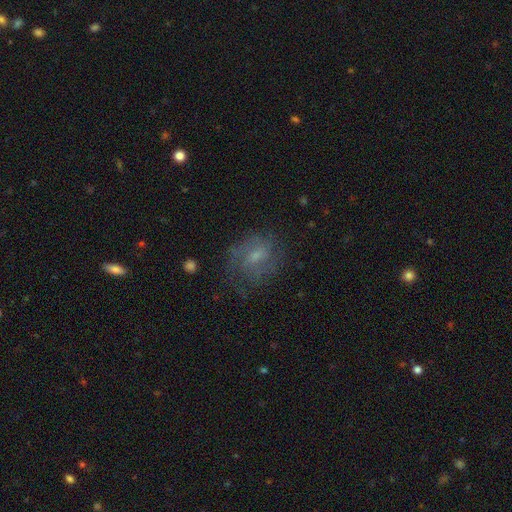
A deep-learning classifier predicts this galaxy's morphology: This is possibly a featured or disk galaxy (52%). It is clearly not viewed edge-on (96%). Merging: likely none (62%).